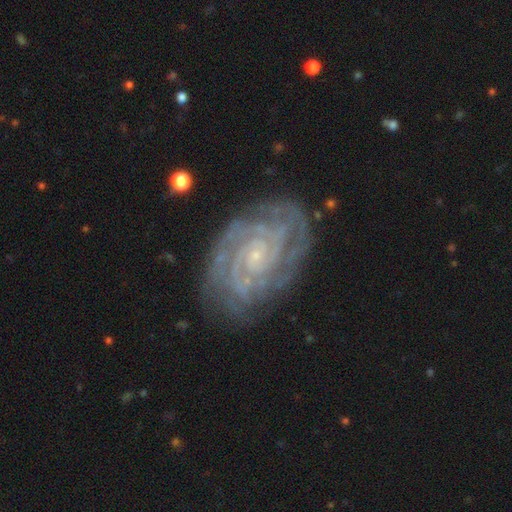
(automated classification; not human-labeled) A featured or disk galaxy (89%) with no bar (68%), 2 (26%) tight (79%) spiral arms (98%) and a small central bulge (84%). Merging: none (79%).